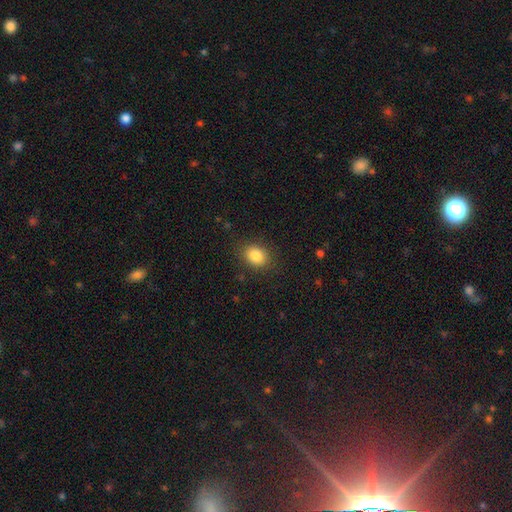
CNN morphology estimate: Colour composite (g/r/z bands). It shows a smooth galaxy with no disk features (85%) that is in between round and cigar-shaped (57%). Merging: none (84%).